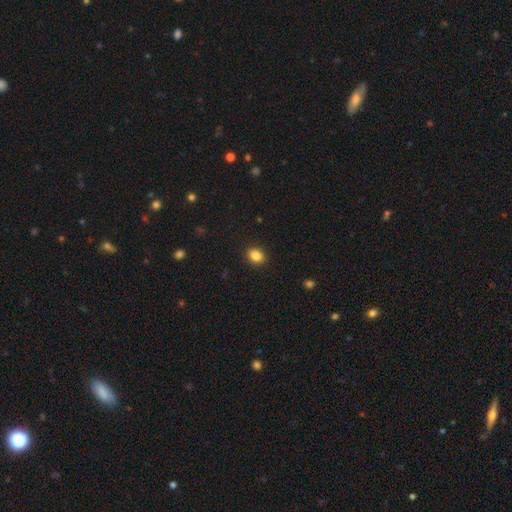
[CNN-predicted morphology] Smooth or featured? Predicted: smooth (p=0.86). How rounded? Predicted: round (p=0.52). Merging? Predicted: none (p=0.91).